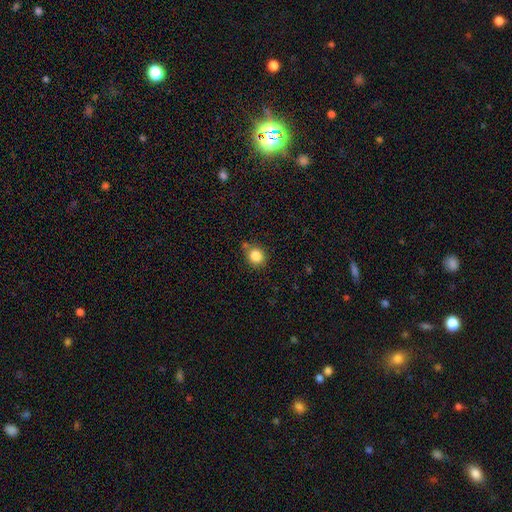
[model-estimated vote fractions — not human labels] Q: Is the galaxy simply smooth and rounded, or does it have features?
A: smooth — 84%.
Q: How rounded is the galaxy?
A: round — 78%.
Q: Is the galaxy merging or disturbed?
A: none — 71%.